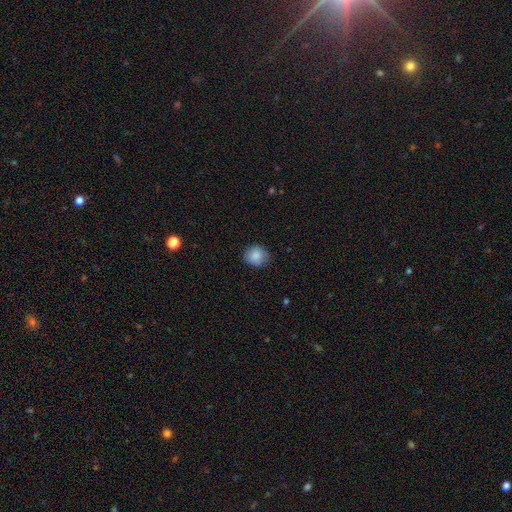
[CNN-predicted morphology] Smooth or featured? smooth (87%)
How rounded? round (78%)
Merging? none (82%)